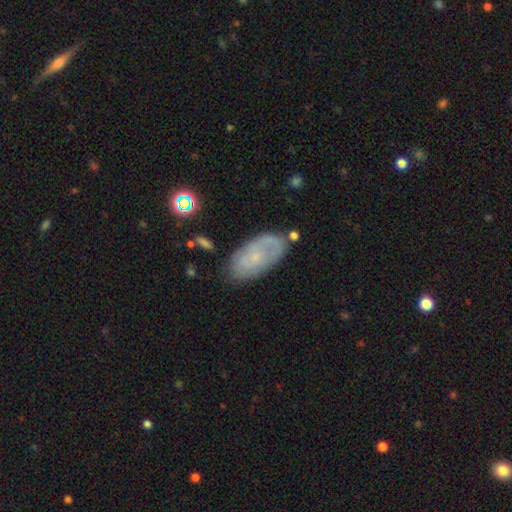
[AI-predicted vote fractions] Overall: smooth (49%; featured or disk 43%). Merging: none (65%).